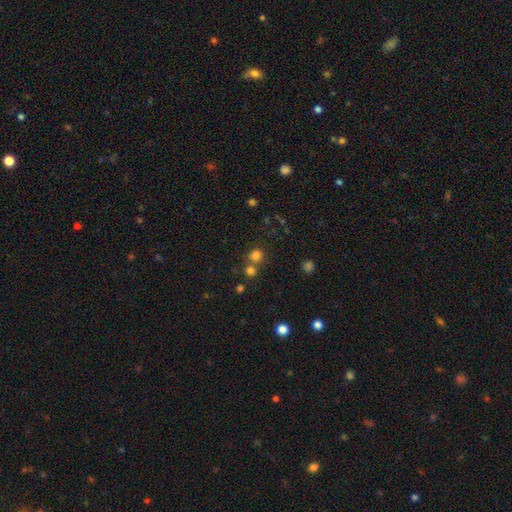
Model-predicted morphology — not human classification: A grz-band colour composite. It shows a smooth galaxy with no disk features (76%) that is round (81%). Merging: none (58%).